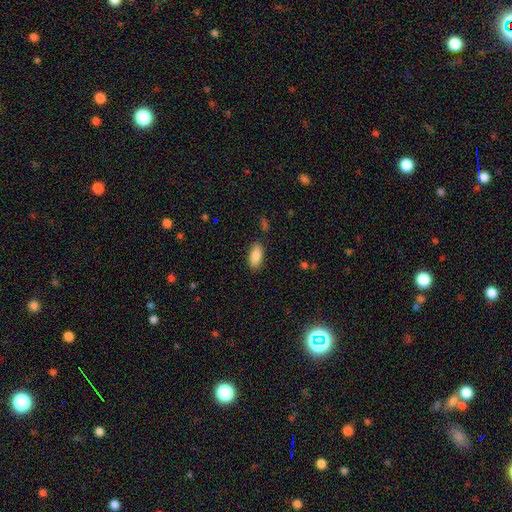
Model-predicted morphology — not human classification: A smooth galaxy with no disk features (87%) that is in between round and cigar-shaped (88%).

Vote fractions:
- Smooth or featured? smooth: 87% / star or artifact: 7% / featured or disk: 6%
- How rounded? in between: 88% / cigar-shaped: 9% / round: 2%
- Merging? none: 85% / minor disturbance: 11% / major disturbance: 3% / merger: 2%